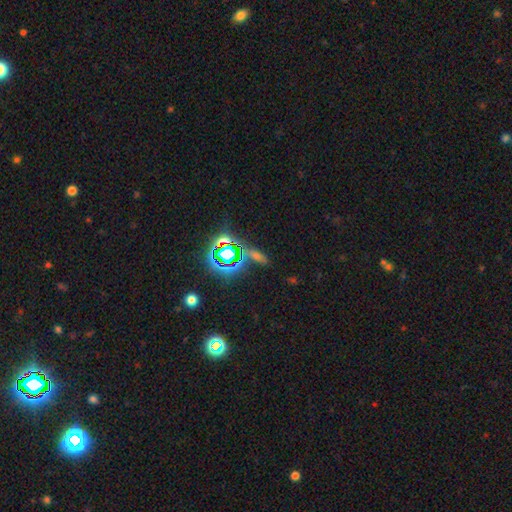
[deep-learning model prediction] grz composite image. It shows a star or artifact, not a galaxy (55%).